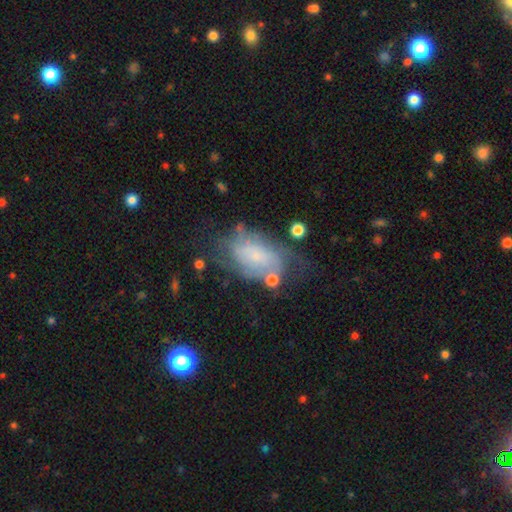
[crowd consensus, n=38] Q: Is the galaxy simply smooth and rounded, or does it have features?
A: featured or disk — 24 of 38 (63%).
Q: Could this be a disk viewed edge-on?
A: no — 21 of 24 (88%).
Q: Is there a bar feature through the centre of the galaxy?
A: no — 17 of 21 (81%).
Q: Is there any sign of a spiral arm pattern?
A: yes — 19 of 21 (90%).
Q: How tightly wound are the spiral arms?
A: medium — 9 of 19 (47%).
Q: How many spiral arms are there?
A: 2 — 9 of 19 (47%).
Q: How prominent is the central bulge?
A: small — 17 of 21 (81%).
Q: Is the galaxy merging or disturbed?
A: none — 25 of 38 (66%).